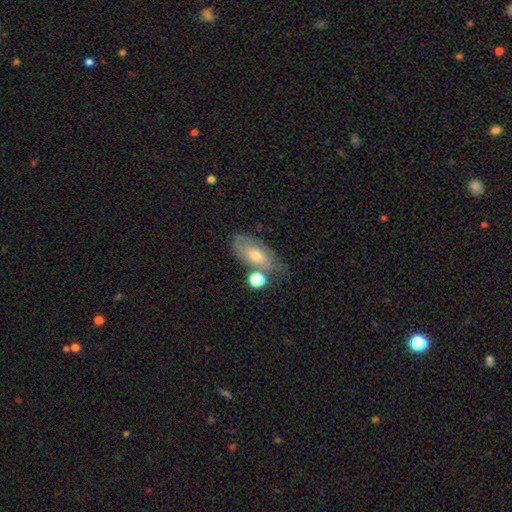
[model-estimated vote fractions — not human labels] Overall: smooth (50%; featured or disk 41%). Merging: none (52%; minor disturbance 23%).